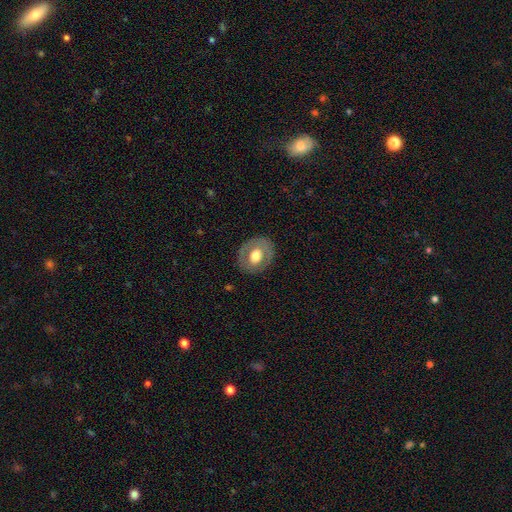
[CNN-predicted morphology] A smooth galaxy with no disk features (54%) that is round (56%). Merging: none (82%).